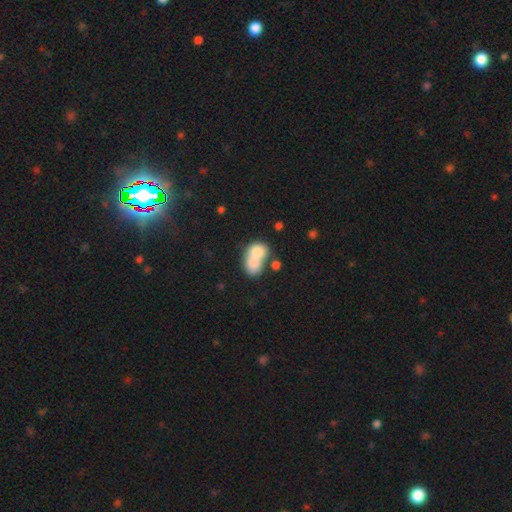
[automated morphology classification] A smooth galaxy with no disk features (74%) that is in between round and cigar-shaped (74%). Merging: merger (65%).